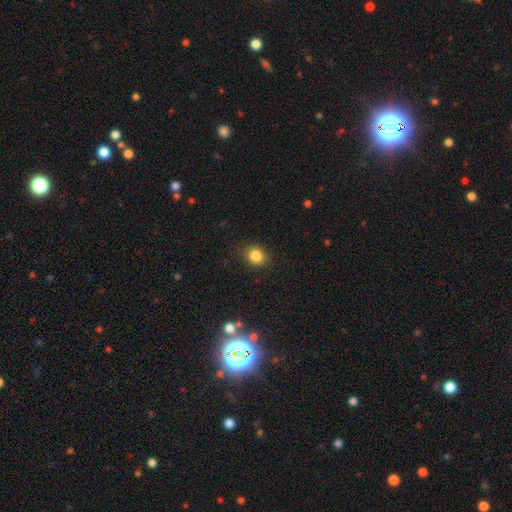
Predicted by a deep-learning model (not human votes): The model was most divided on "how rounded": round: 73%, in between: 26%, cigar-shaped: 1%. More confident: merging — none (87%); smooth or featured — smooth (84%).